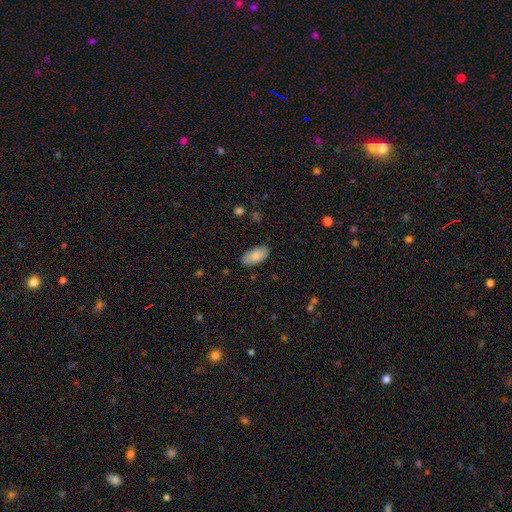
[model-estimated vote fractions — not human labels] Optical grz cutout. It shows a smooth galaxy with no disk features (84%) that is in between round and cigar-shaped (94%). Merging: none (84%).